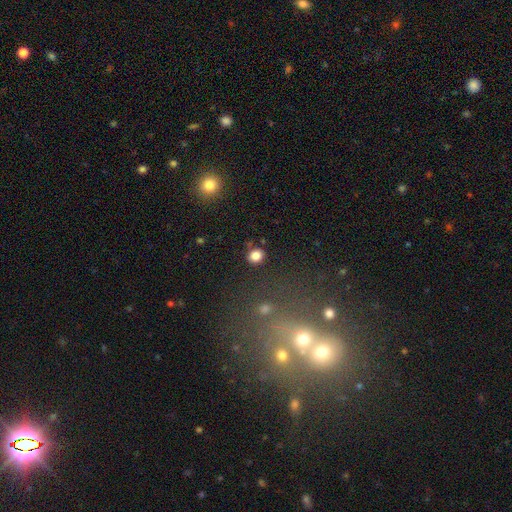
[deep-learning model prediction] Smooth or featured? smooth (84%)
How rounded? round (69%)
Merging? none (83%)